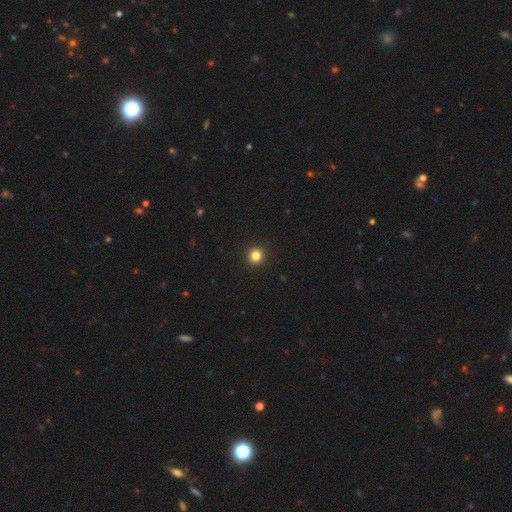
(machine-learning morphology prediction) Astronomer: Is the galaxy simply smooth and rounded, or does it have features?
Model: smooth — 83%.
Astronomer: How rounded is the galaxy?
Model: round — 94%.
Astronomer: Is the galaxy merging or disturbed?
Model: none — 94%.